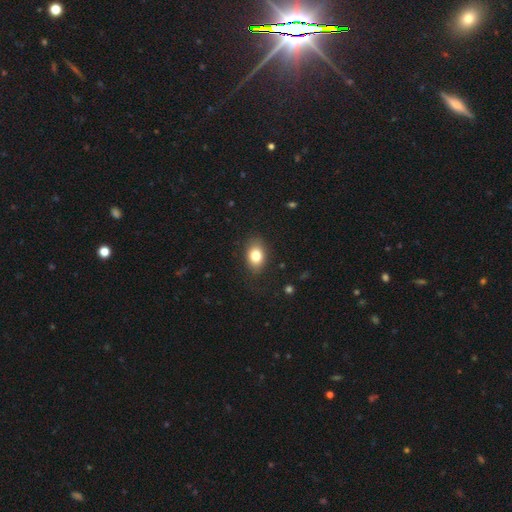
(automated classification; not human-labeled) Smooth or featured? smooth (79%)
How rounded? in between (78%)
Merging? none (83%)